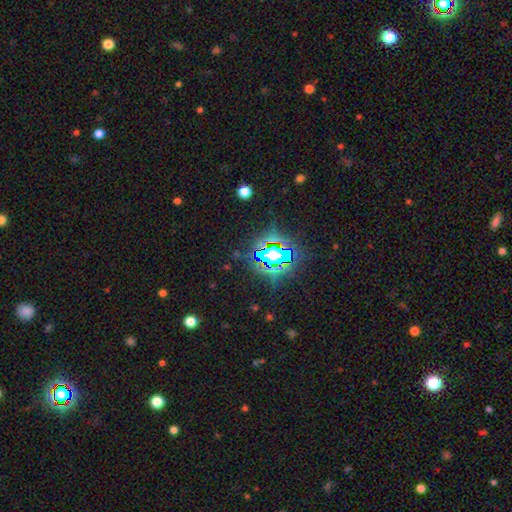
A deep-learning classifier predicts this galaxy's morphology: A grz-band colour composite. It shows a star or artifact, not a galaxy (78%).